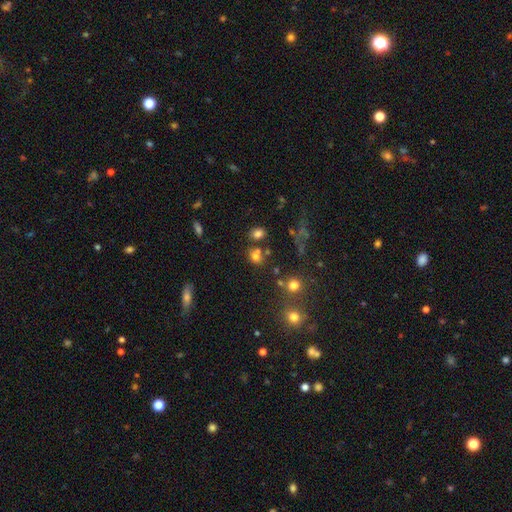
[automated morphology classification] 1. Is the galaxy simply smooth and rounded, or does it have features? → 69% smooth, 20% star or artifact, 11% featured or disk.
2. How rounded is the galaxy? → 64% round, 34% in between, 1% cigar-shaped.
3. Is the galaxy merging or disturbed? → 56% none, 28% merger, 11% minor disturbance, 5% major disturbance.